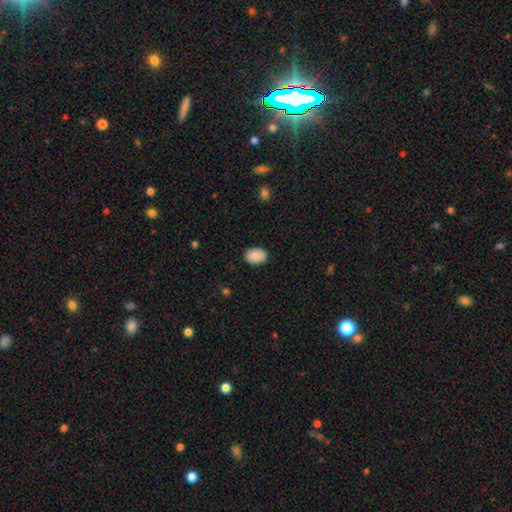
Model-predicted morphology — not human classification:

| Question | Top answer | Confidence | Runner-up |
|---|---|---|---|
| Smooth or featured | smooth | 88% | star or artifact (7%) |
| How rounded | in between | 80% | round (19%) |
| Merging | none | 87% | minor disturbance (10%) |